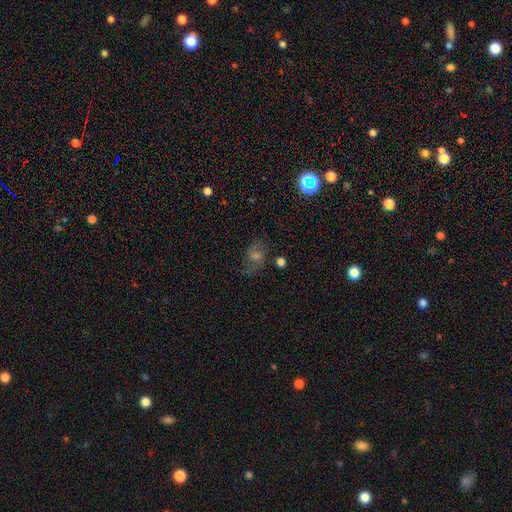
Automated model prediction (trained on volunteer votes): A featured or disk galaxy (59%) with no bar (49%), 2 (80%) medium (44%, tied with loose) spiral arms (89%) and a moderate central bulge (43%).

Vote fractions:
- Smooth or featured? featured or disk: 59% / star or artifact: 20% / smooth: 20%
- Edge-on disk? no: 96% / yes: 4%
- Bar? no: 49% / weak: 42% / strong: 9%
- Spiral arms? yes: 89% / no: 11%
- Spiral winding? medium: 44% (tied) / loose: 44% (tied) / tight: 12%
- Spiral arm count? 2: 80% / can't tell: 9% / 1: 6% / 3: 2% / 4: 1% / more than 4: 1%
- Bulge size? moderate: 43% / small: 39% / none: 9% / large: 7% / dominant: 2%
- Merging? none: 69% / minor disturbance: 17% / major disturbance: 12% / merger: 2%